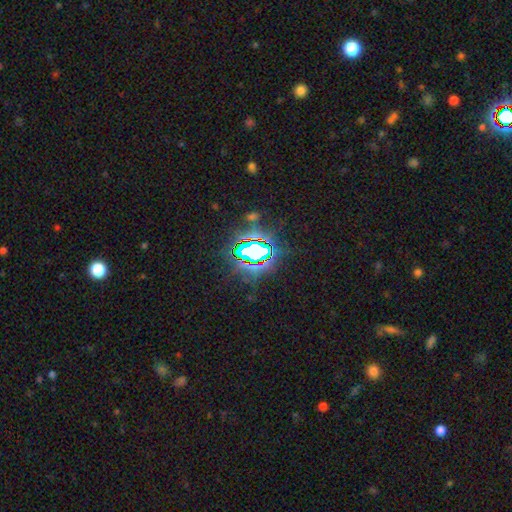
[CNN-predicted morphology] A star or artifact, not a galaxy (75%).